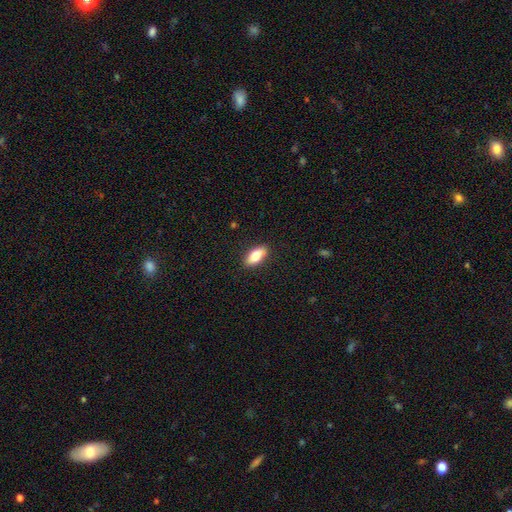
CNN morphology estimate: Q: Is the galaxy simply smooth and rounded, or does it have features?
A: smooth — 75%.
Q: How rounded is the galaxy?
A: in between — 83%.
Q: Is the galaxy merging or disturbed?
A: none — 88%.